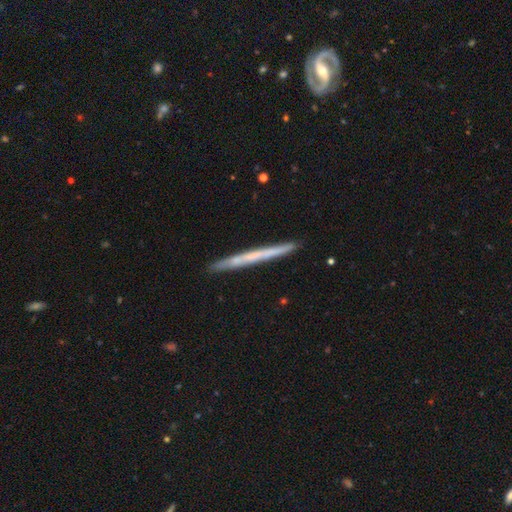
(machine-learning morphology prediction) Smooth or featured: featured or disk — 50% (smooth — 44%)
Edge-on disk: yes — 96% (no — 4%)
Merging: none — 90% (minor disturbance — 7%)